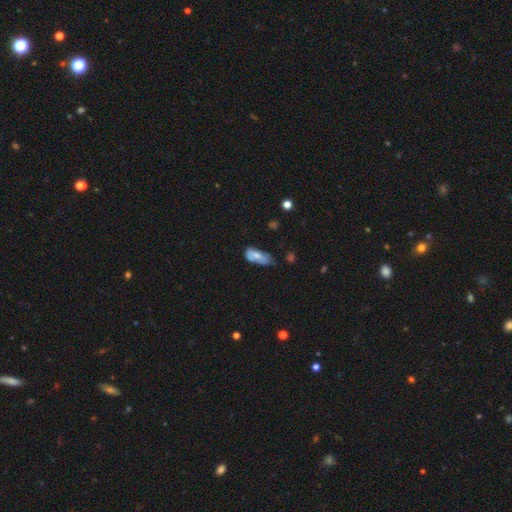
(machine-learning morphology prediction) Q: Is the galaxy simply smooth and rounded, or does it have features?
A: smooth — 70%.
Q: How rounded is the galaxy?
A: in between — 85%.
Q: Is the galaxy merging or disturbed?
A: minor disturbance — 43%.